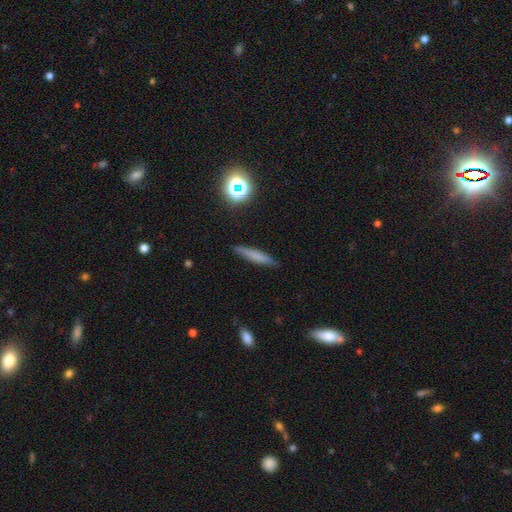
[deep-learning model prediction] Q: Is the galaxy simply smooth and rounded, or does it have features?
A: smooth — 64%.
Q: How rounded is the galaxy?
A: cigar-shaped — 89%.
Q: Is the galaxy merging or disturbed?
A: none — 86%.